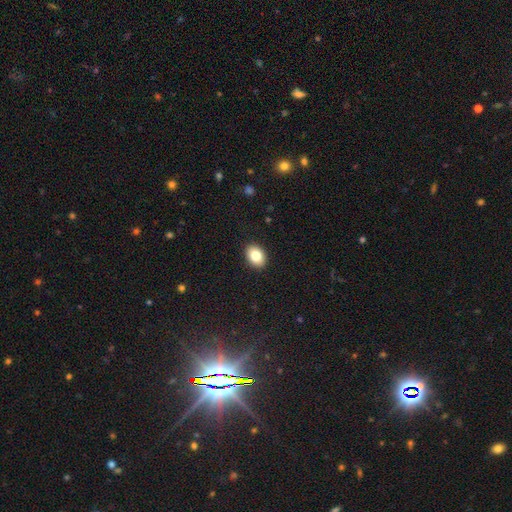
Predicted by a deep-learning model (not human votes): Smooth or featured? smooth (83%)
How rounded? in between (78%)
Merging? none (91%)